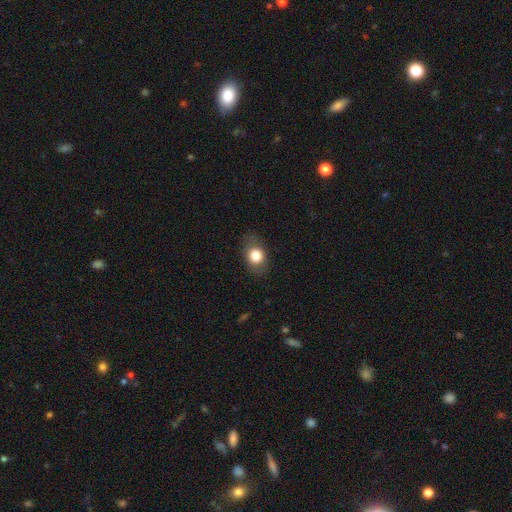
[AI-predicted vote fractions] Smooth or featured? Predicted: smooth (p=0.78). How rounded? Predicted: in between (p=0.63). Merging? Predicted: none (p=0.80).